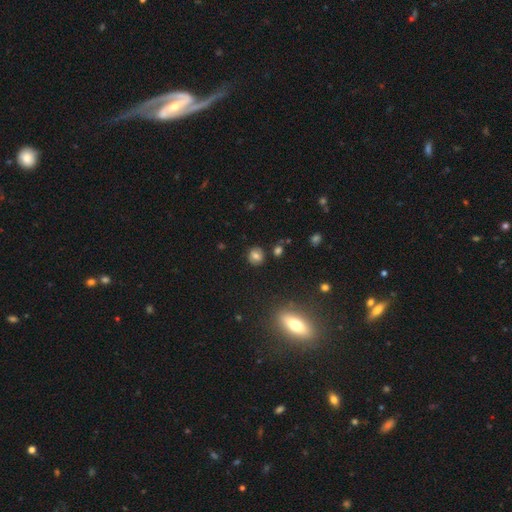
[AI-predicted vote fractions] The model was most divided on "smooth or featured": smooth: 73%, star or artifact: 14%, featured or disk: 13%. More confident: merging — none (86%); how rounded — round (84%).